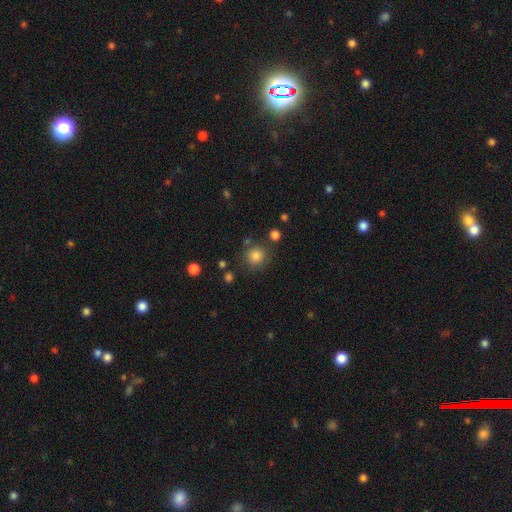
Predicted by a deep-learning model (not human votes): Smooth or featured: smooth — 83% (star or artifact — 12%)
How rounded: round — 91% (in between — 8%)
Merging: none — 82% (minor disturbance — 9%)